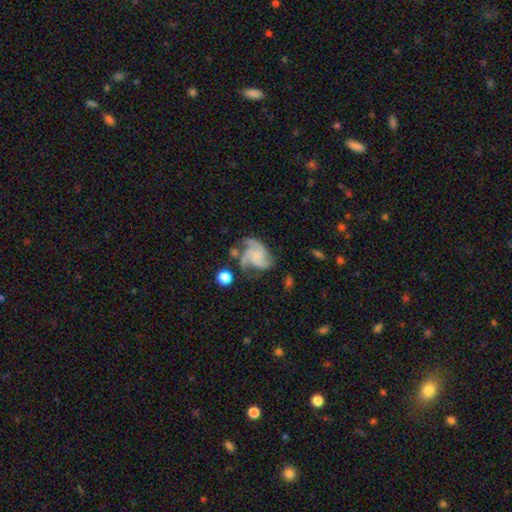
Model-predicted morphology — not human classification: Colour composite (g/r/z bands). It shows a featured or disk galaxy (85%) with no bar (75%), 3 (67%) medium (52%) spiral arms (97%) and a small central bulge (57%). Merging: none (54%).